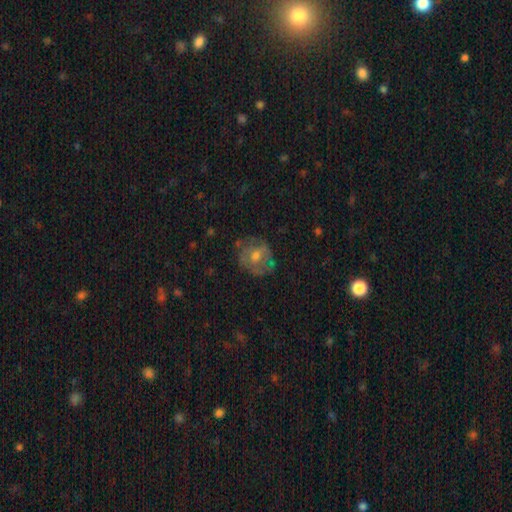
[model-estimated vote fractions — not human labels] Smooth or featured? featured or disk (50%)
Edge-on disk? no (96%)
Merging? none (66%)